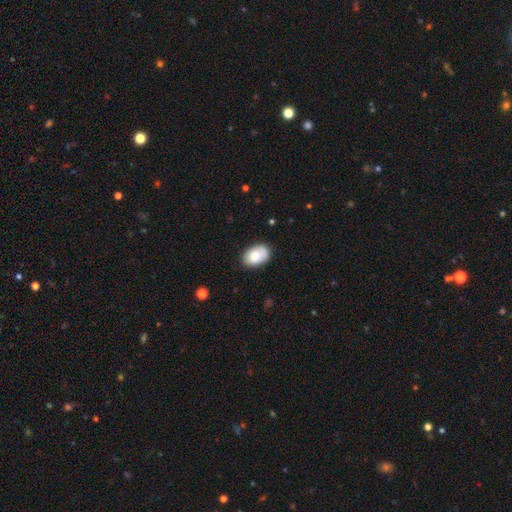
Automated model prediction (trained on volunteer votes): Overall: smooth (82%). How rounded: in between (89%). Merging: none (79%).